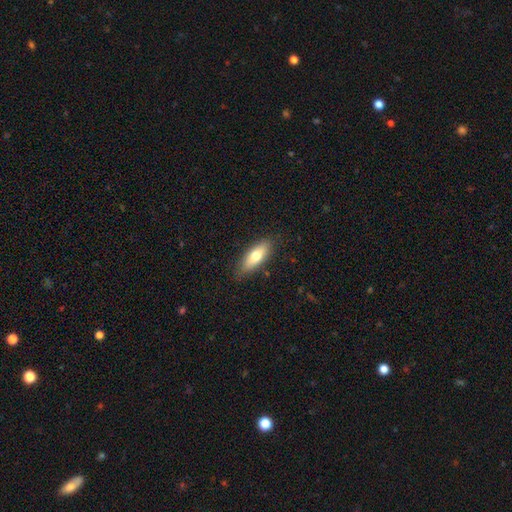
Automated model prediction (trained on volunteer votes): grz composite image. It shows a smooth galaxy with no disk features (71%) that is in between round and cigar-shaped (64%). Merging: none (84%).